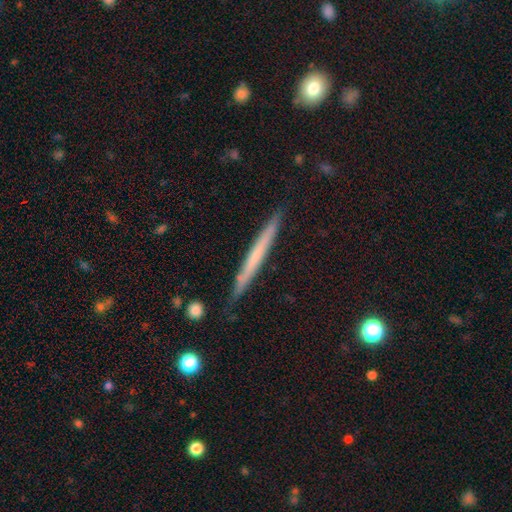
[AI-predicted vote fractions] Smooth or featured: smooth — 49% (featured or disk — 45%)
Merging: none — 88% (minor disturbance — 9%)